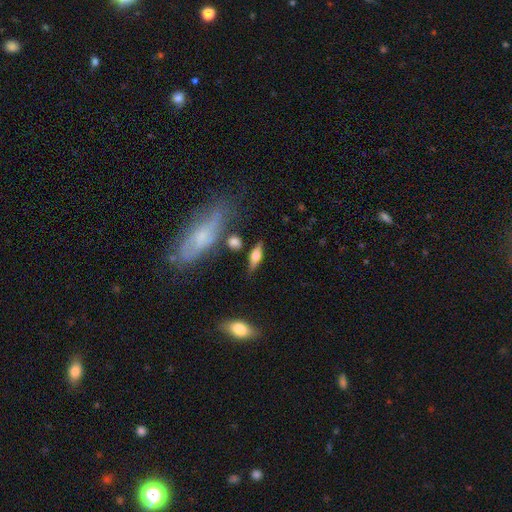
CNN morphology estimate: featured or disk 54%, smooth 39%, star or artifact 8%. Down the decision tree: edge-on disk — yes (87%); merging — none (73%).